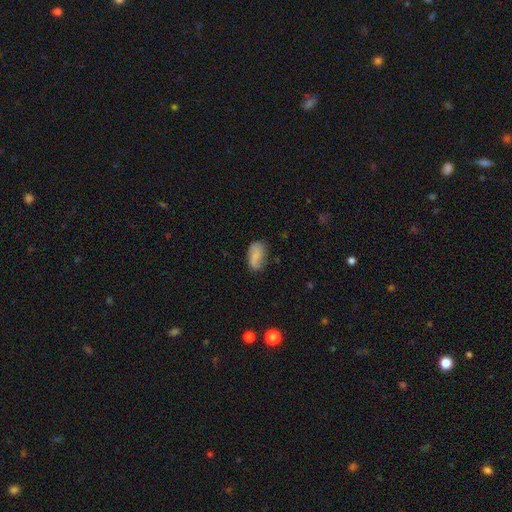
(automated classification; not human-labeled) Smooth or featured: smooth — 68% (featured or disk — 23%)
How rounded: in between — 92% (round — 5%)
Merging: none — 71% (minor disturbance — 21%)